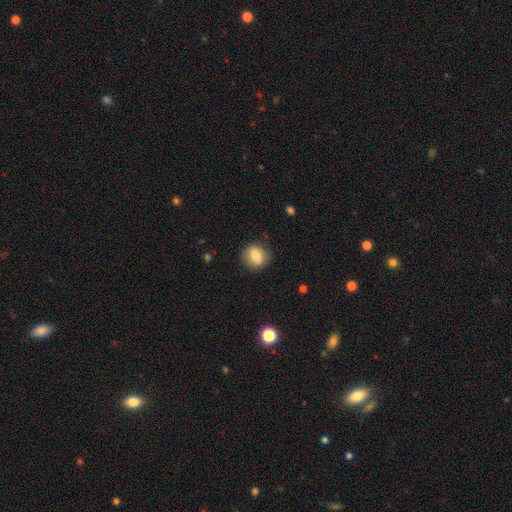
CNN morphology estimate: smooth_or_featured: smooth (p=0.79) [alt: featured or disk p=0.12]
how_rounded: round (p=0.78) [alt: in between p=0.21]
merging: none (p=0.83) [alt: minor disturbance p=0.12]